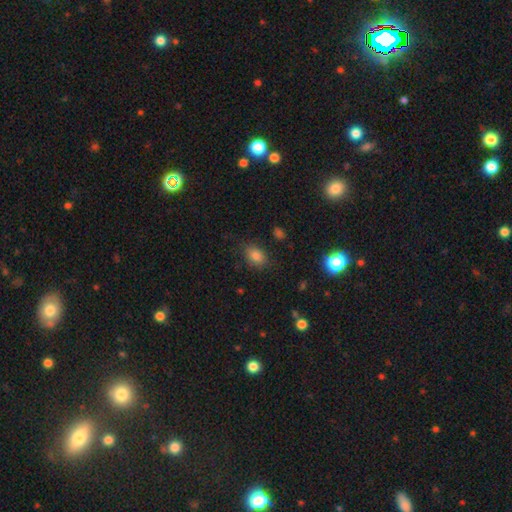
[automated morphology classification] Q: Smooth or featured?
A: smooth (83%); runner-up: star or artifact (11%)
Q: How rounded?
A: in between (77%); runner-up: round (21%)
Q: Merging?
A: none (80%); runner-up: minor disturbance (14%)